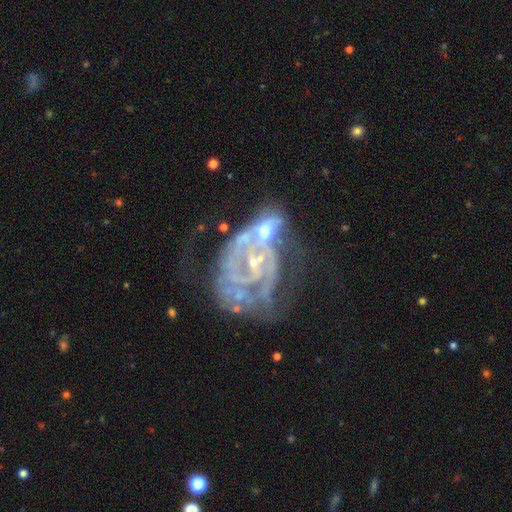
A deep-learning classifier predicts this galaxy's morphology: Q: Smooth or featured?
A: featured or disk (81%); runner-up: star or artifact (10%)
Q: Edge-on disk?
A: no (97%); runner-up: yes (3%)
Q: Bar?
A: no (61%); runner-up: weak (27%)
Q: Spiral arms?
A: yes (77%); runner-up: no (23%)
Q: Spiral winding?
A: tight (53%); runner-up: medium (31%)
Q: Spiral arm count?
A: can't tell (38%); runner-up: 2 (33%)
Q: Bulge size?
A: small (62%); runner-up: moderate (24%)
Q: Merging?
A: merger (48%); runner-up: major disturbance (20%)